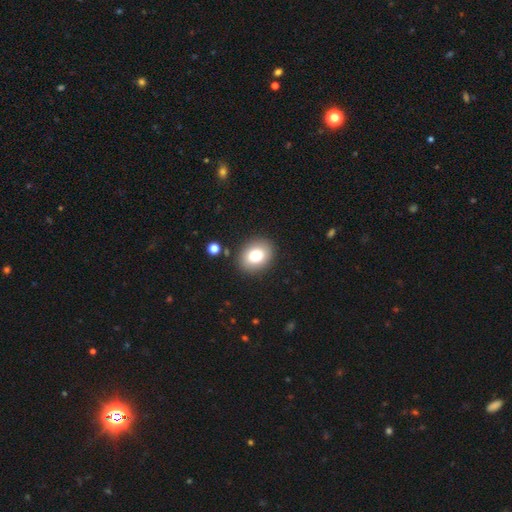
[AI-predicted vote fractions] smooth 79%, featured or disk 11%, star or artifact 10%. Down the decision tree: how rounded — in between (54%); merging — none (88%).